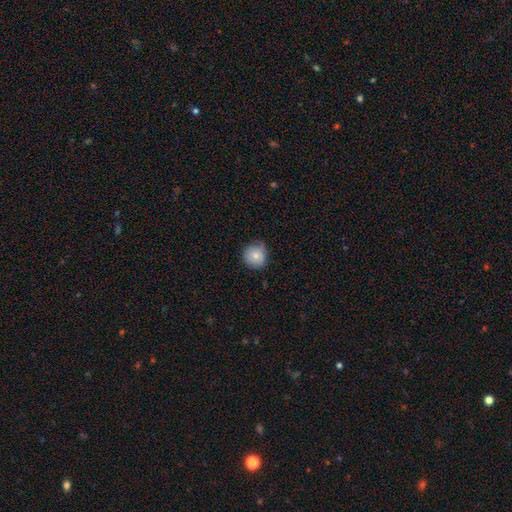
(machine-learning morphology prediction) Overall: smooth (77%). How rounded: round (92%). Merging: none (66%; minor disturbance 28%).